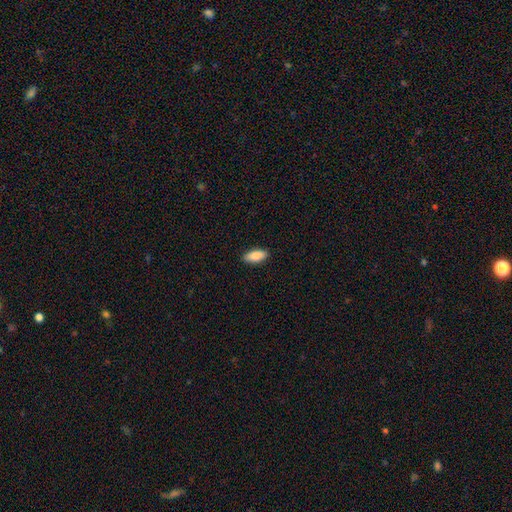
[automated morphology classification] The model was most divided on "how rounded": in between: 83%, cigar-shaped: 15%, round: 2%. More confident: merging — none (90%); smooth or featured — smooth (88%).